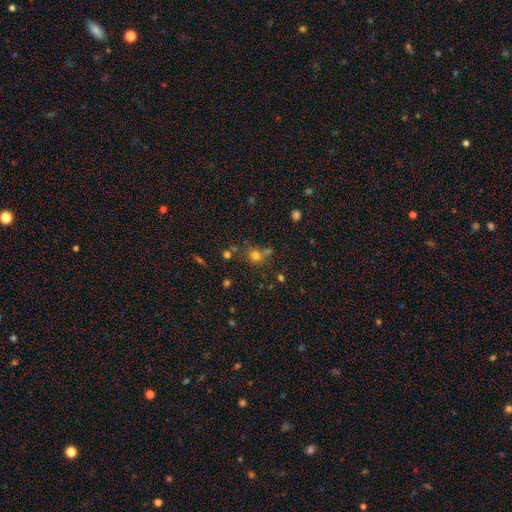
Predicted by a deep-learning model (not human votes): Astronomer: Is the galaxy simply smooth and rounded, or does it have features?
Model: smooth — 70%.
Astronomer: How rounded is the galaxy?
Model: round — 85%.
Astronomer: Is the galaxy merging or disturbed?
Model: none — 61%.